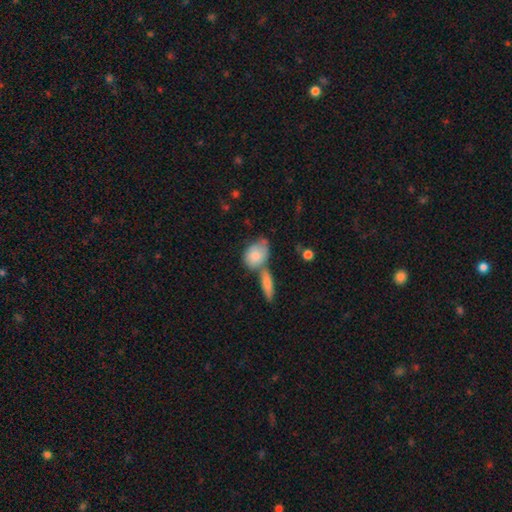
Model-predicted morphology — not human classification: smooth 78%, featured or disk 16%, star or artifact 6%. Down the decision tree: how rounded — in between (75%); merging — merger (45%).